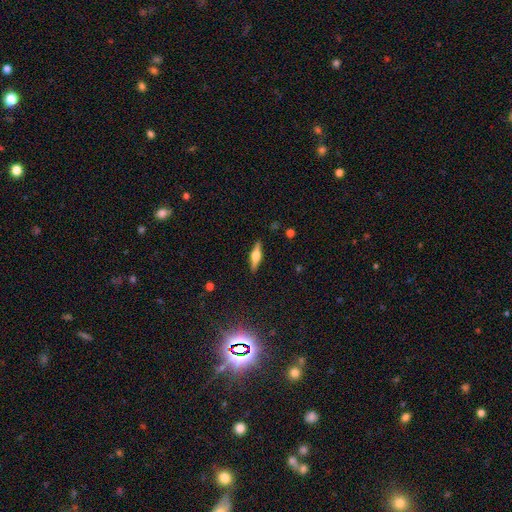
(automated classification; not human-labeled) Morphology: type=featured or disk (65%); edge-on=yes (96%); edge-on bulge=rounded (92%); merging=none (89%).